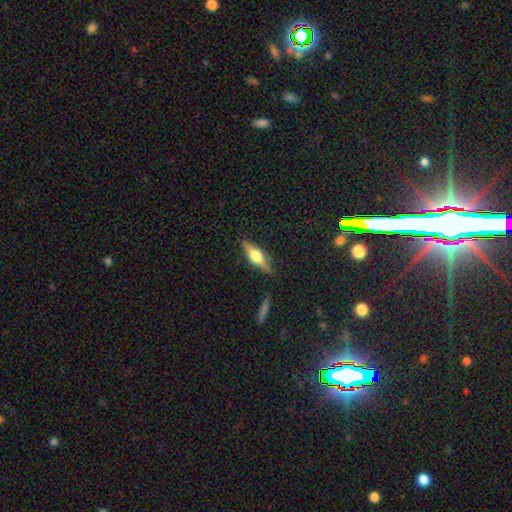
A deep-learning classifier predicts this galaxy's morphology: smooth_or_featured: featured or disk (p=0.52) [alt: smooth p=0.41]
disk_edge_on: yes (p=0.93) [alt: no p=0.07]
merging: none (p=0.86) [alt: minor disturbance p=0.10]